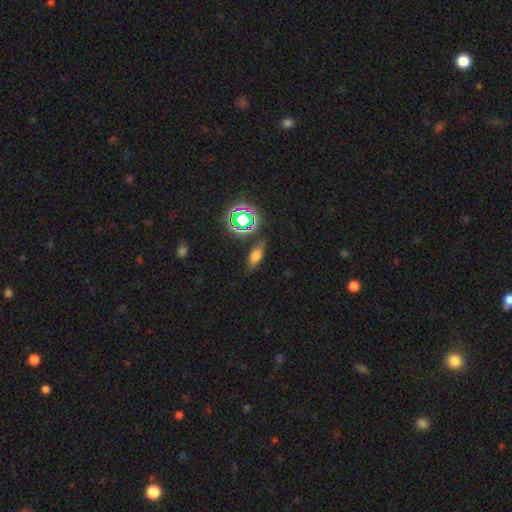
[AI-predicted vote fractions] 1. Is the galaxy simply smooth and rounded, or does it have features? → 58% smooth, 22% star or artifact, 20% featured or disk.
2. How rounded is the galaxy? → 67% in between, 25% cigar-shaped, 9% round.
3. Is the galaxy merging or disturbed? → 80% none, 13% minor disturbance, 4% major disturbance, 3% merger.